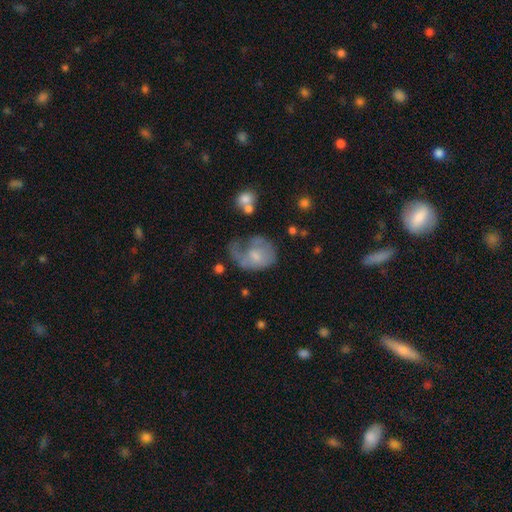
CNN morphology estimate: The model was most divided on "smooth or featured": smooth: 46%, featured or disk: 45%, star or artifact: 9%. Remaining: merging — major disturbance (47%).